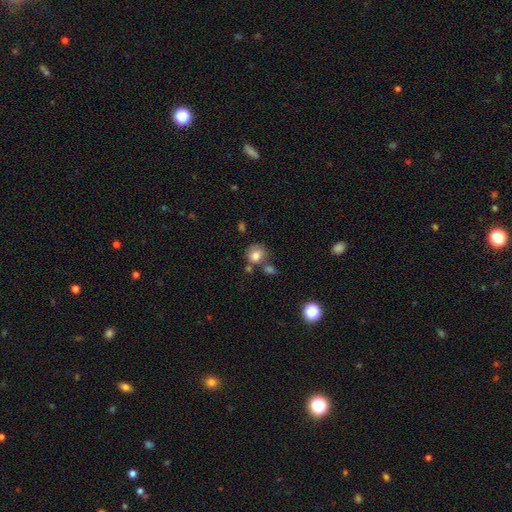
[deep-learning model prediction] Smooth or featured?
  - smooth: 76% *
  - featured or disk: 14%
  - star or artifact: 10%
How rounded?
  - round: 74% *
  - in between: 25%
  - cigar-shaped: 1%
Merging?
  - none: 53% *
  - merger: 20%
  - minor disturbance: 19%
  - major disturbance: 8%